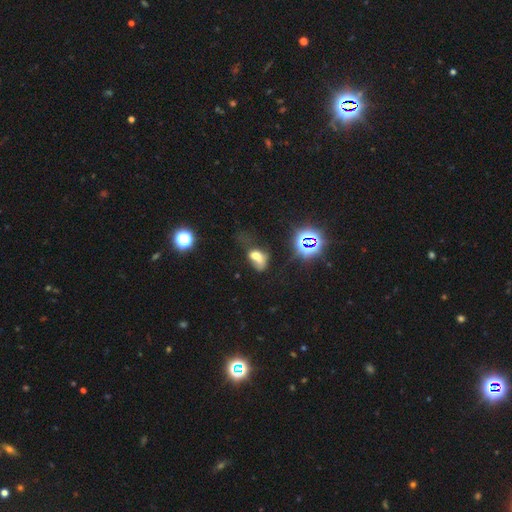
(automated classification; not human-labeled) A smooth galaxy with no disk features (50%).

Vote fractions:
- Smooth or featured? smooth: 50% / featured or disk: 27% / star or artifact: 23%
- Merging? merger: 34% / major disturbance: 32% / none: 19% / minor disturbance: 15%